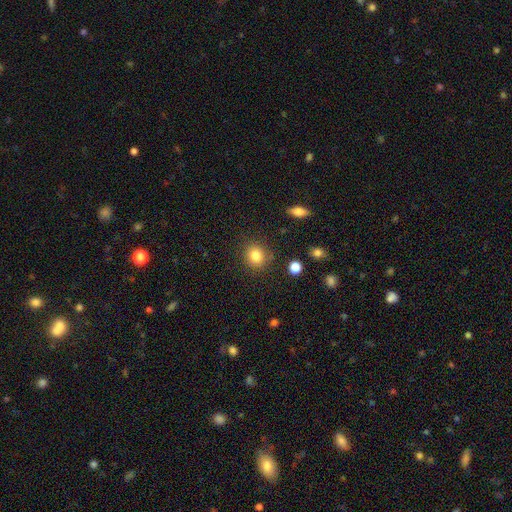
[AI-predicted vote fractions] Morphology: type=smooth (83%); roundness=round (80%); merging=none (84%).